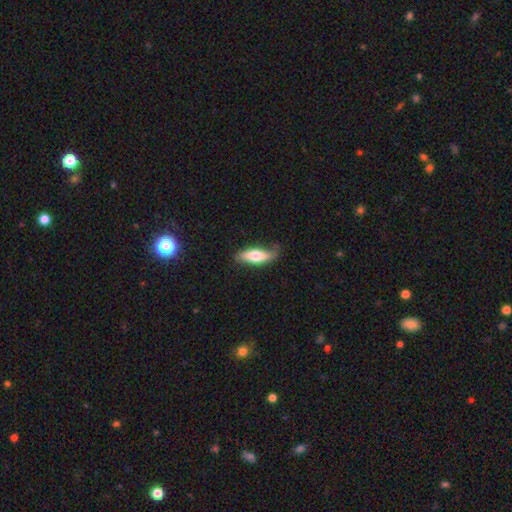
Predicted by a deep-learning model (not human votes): This appears to be a smooth galaxy with no disk features (67%) that is in between round and cigar-shaped (57%). Merging: none (70%).